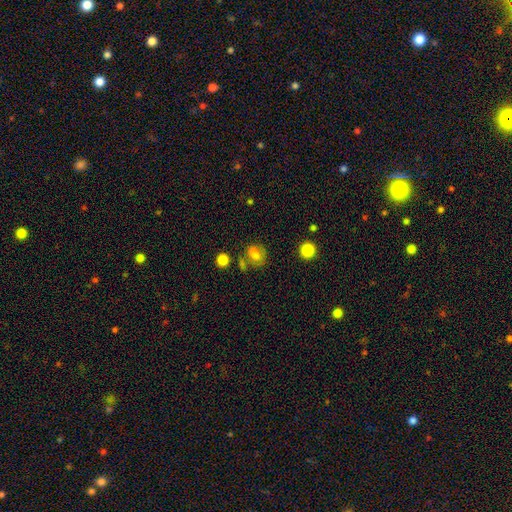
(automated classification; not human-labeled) A smooth galaxy with no disk features (62%) that is round (52%). Merging: none (48%).